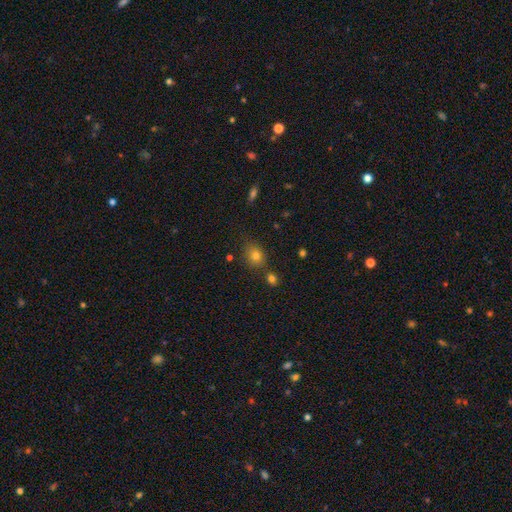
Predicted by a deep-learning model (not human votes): Morphology: type=smooth (76%); roundness=round (60%); merging=none (72%).